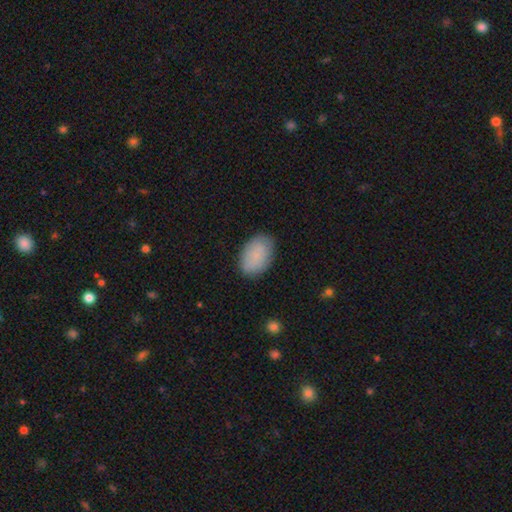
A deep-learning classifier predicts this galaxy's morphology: smooth-or-featured: smooth: 83% | featured or disk: 10% | star or artifact: 7%
  how-rounded: in between: 89% | round: 10% | cigar-shaped: 1%
  merging: none: 83% | minor disturbance: 13% | major disturbance: 3% | merger: 1%